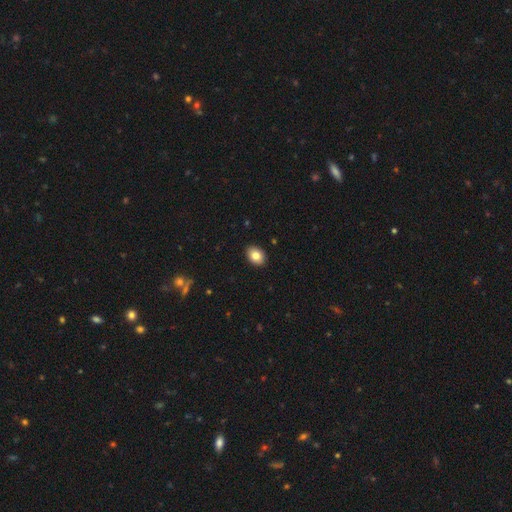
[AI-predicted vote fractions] A smooth galaxy with no disk features (83%) that is in between round and cigar-shaped (74%). Merging: none (91%).